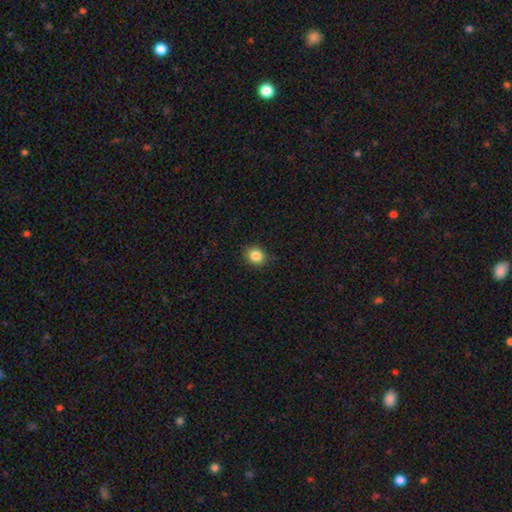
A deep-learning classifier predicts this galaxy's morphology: The model was most divided on "how rounded": round: 68%, in between: 31%, cigar-shaped: 1%. More confident: merging — none (88%); smooth or featured — smooth (85%).